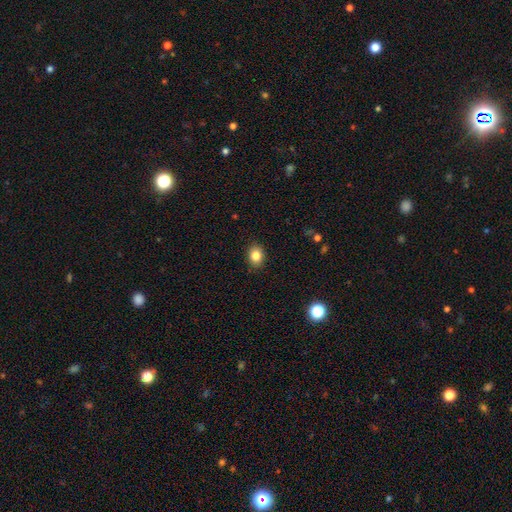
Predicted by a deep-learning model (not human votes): Smooth or featured?
  - smooth: 84% *
  - star or artifact: 10%
  - featured or disk: 6%
How rounded?
  - in between: 50% *
  - round: 49%
  - cigar-shaped: 1%
Merging?
  - none: 90% *
  - minor disturbance: 8%
  - major disturbance: 2%
  - merger: 1%